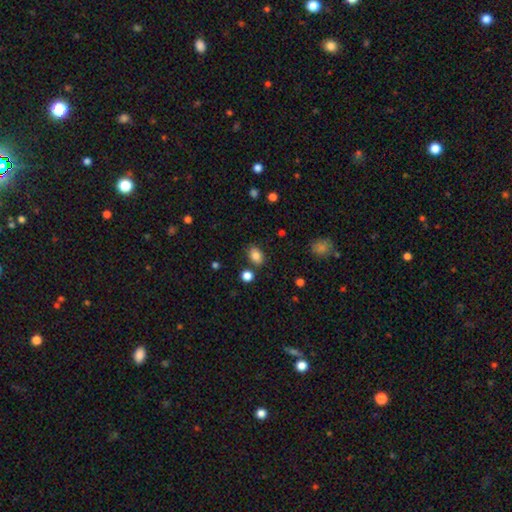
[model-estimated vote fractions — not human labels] A smooth galaxy with no disk features (83%) that is in between round and cigar-shaped (78%).

Vote fractions:
- Smooth or featured? smooth: 83% / star or artifact: 10% / featured or disk: 7%
- How rounded? in between: 78% / round: 21% / cigar-shaped: 1%
- Merging? none: 80% / minor disturbance: 12% / merger: 5% / major disturbance: 3%